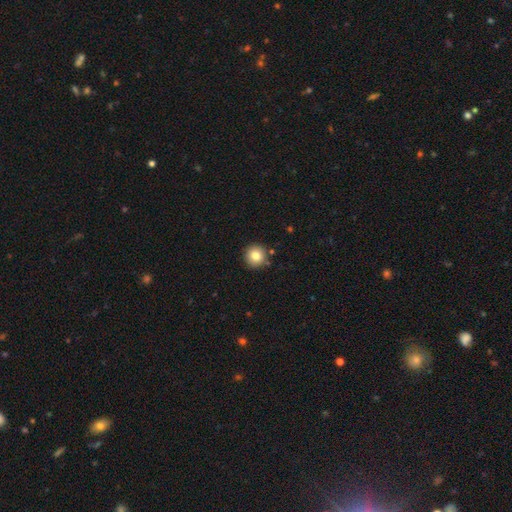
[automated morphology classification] Overall: smooth (82%). How rounded: round (94%). Merging: none (88%).